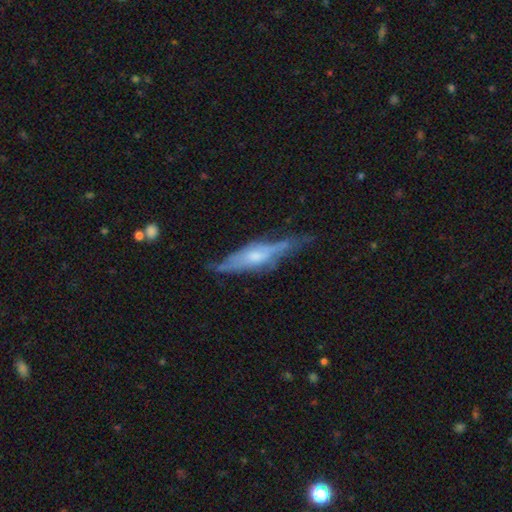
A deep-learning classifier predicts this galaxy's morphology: A featured or disk galaxy (70%) viewed edge-on (83%) with a rounded central bulge (64%). Merging: none (59%).